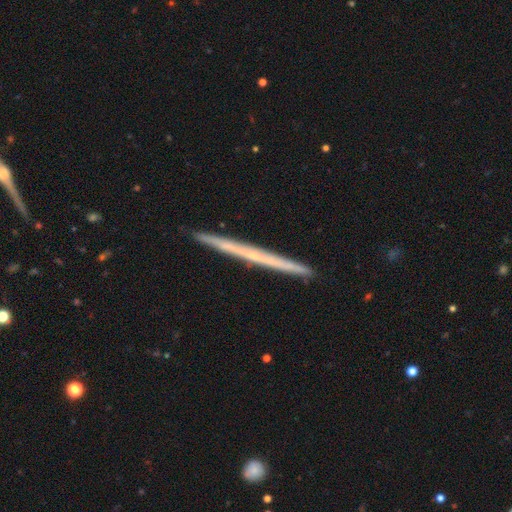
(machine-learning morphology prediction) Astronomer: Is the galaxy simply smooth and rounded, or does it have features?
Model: featured or disk — 65%.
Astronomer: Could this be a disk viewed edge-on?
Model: yes — 98%.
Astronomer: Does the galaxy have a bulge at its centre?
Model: none — 79%.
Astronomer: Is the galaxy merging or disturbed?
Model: none — 92%.